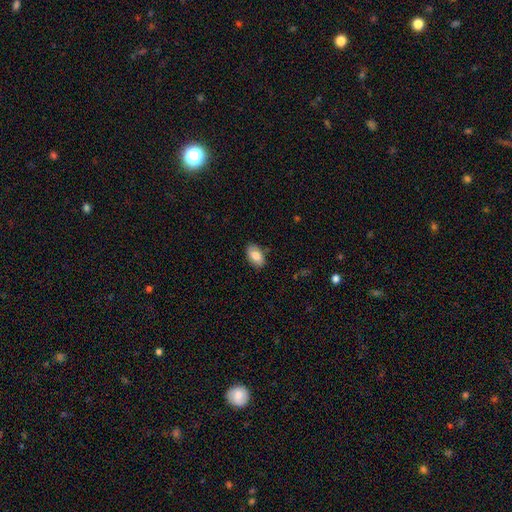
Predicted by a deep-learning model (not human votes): Q: Smooth or featured?
A: smooth (82%); runner-up: featured or disk (11%)
Q: How rounded?
A: in between (92%); runner-up: round (6%)
Q: Merging?
A: none (84%); runner-up: minor disturbance (12%)